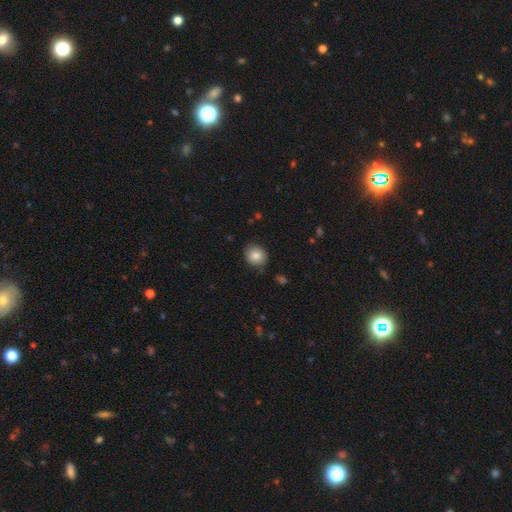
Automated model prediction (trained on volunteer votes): Smooth or featured? smooth (84%)
How rounded? round (73%)
Merging? none (86%)